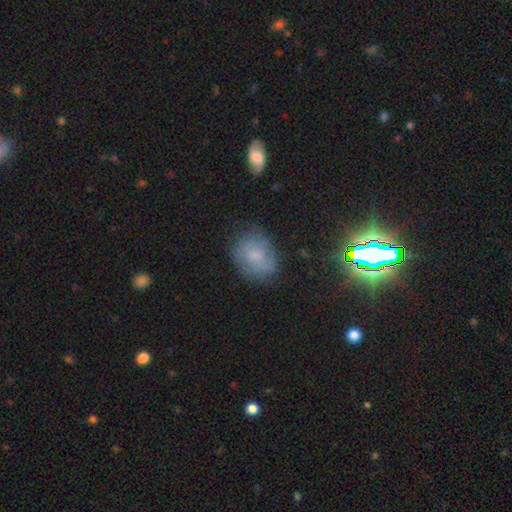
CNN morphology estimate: Smooth or featured? smooth (48%)
Merging? none (69%)